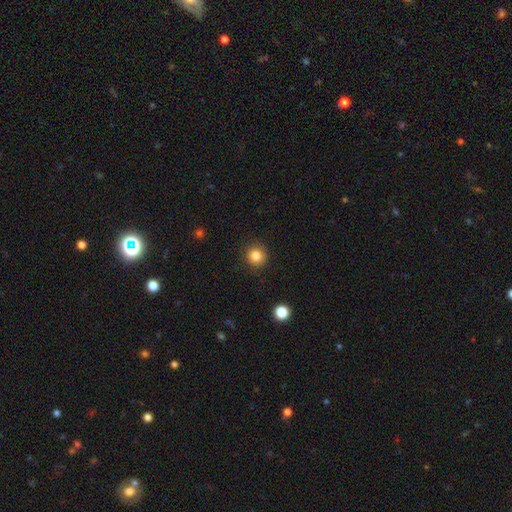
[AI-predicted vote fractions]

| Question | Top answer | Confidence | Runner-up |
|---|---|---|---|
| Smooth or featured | smooth | 83% | star or artifact (11%) |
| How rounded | round | 94% | in between (5%) |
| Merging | none | 91% | minor disturbance (6%) |